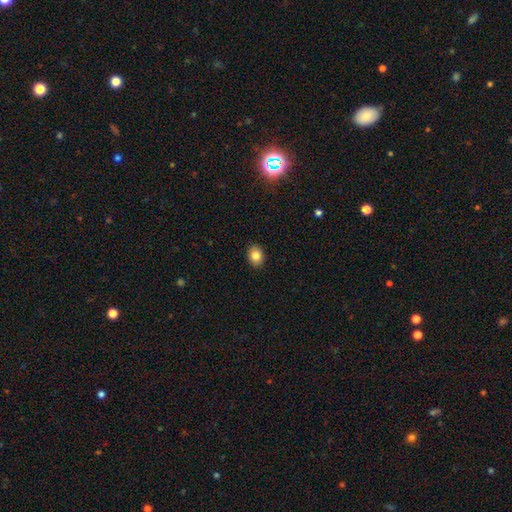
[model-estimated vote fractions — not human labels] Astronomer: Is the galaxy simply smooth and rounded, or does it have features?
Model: smooth — 83%.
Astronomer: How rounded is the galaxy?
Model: in between — 59% (runner-up: round, 40%).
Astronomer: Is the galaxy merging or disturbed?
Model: none — 90%.